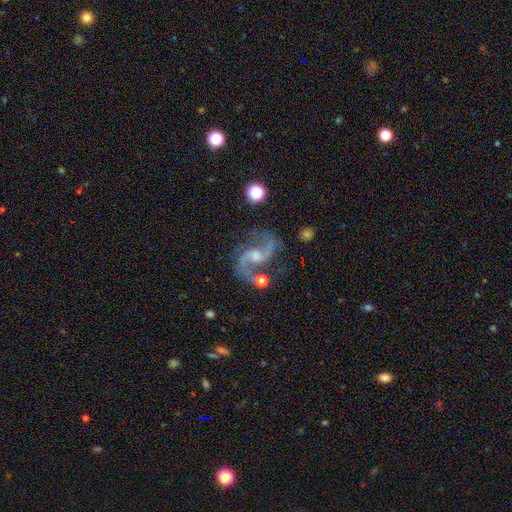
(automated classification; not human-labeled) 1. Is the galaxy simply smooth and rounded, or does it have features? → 91% featured or disk, 6% star or artifact, 3% smooth.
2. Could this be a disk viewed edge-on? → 98% no, 2% yes.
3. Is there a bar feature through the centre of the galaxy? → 45% weak, 38% no, 17% strong.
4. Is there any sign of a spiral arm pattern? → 98% yes, 2% no.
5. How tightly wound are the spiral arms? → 46% medium (tied), 46% loose (tied), 8% tight.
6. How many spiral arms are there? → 94% 2, 2% 1, 1% can't tell, 1% 3, 1% 4, 1% more than 4.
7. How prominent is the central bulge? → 45% small, 42% moderate, 9% none, 3% large, 1% dominant.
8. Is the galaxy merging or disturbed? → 74% none, 14% minor disturbance, 6% major disturbance, 5% merger.